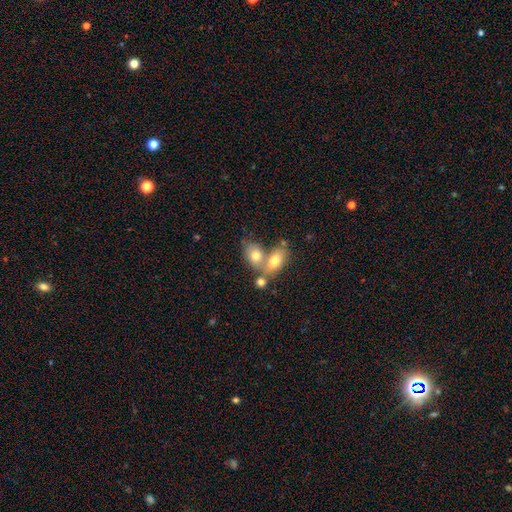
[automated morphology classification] A smooth galaxy with no disk features (73%) that is in between round and cigar-shaped (80%). Merging: merger (60%).